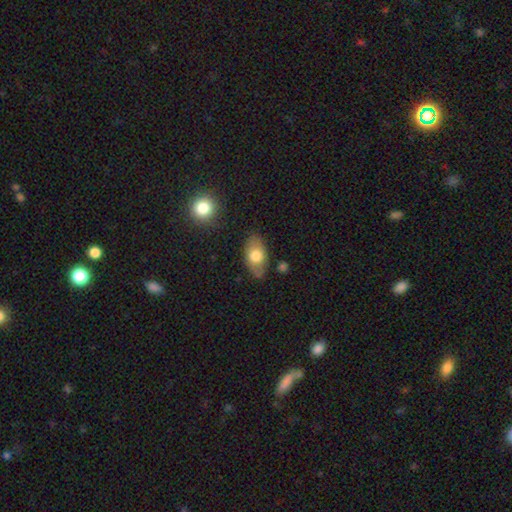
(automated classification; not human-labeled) smooth-or-featured: smooth: 70% | featured or disk: 23% | star or artifact: 7%
  how-rounded: in between: 90% | round: 7% | cigar-shaped: 3%
  merging: none: 76% | minor disturbance: 17% | major disturbance: 4% | merger: 3%